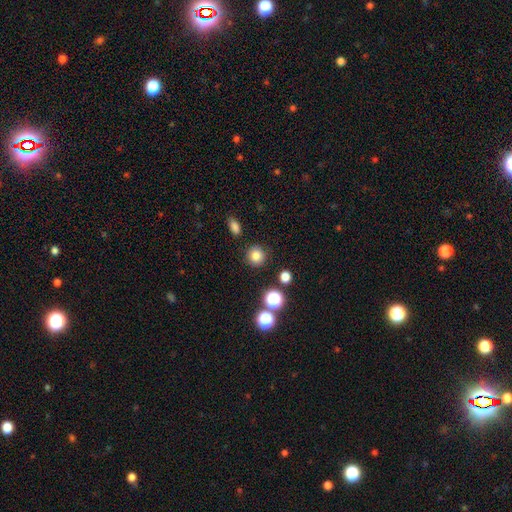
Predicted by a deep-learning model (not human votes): smooth 81%, star or artifact 13%, featured or disk 6%. Down the decision tree: how rounded — round (92%); merging — none (88%).